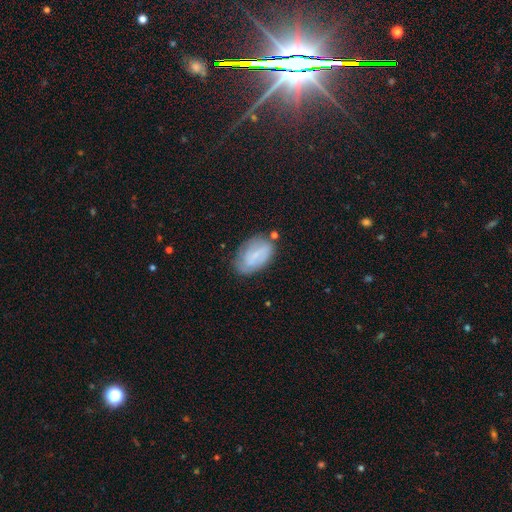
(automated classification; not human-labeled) This appears to be a smooth galaxy with no disk features (52%) that is in between round and cigar-shaped (91%). Merging: none (63%).